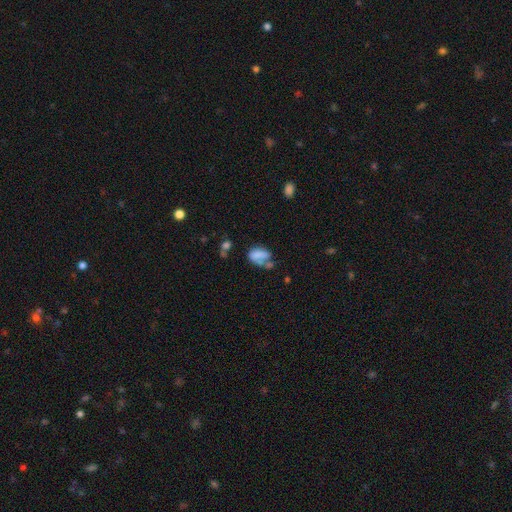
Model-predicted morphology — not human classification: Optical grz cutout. It shows a smooth galaxy with no disk features (66%) that is in between round and cigar-shaped (84%). Merging: none (27%, tied with major disturbance).